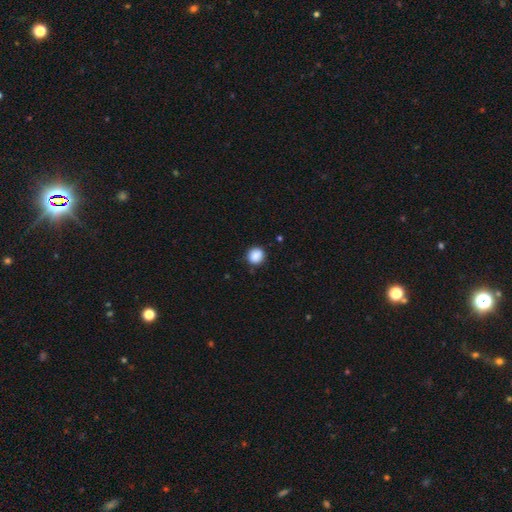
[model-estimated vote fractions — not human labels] This appears to be a smooth galaxy with no disk features (88%) that is round (88%). Merging: none (88%).